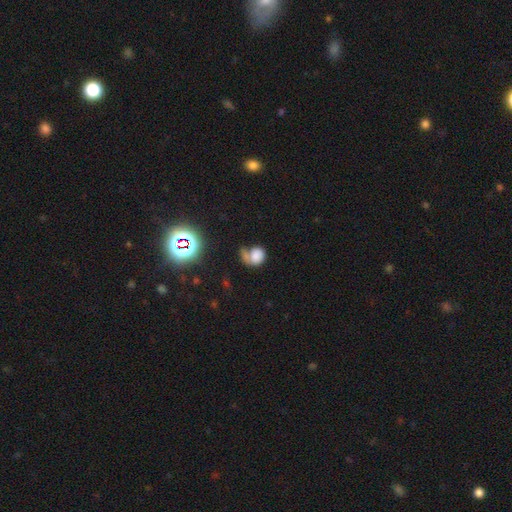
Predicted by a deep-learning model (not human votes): smooth 65%, featured or disk 22%, star or artifact 13%. Down the decision tree: how rounded — round (65%); merging — major disturbance (30%, tied with none).